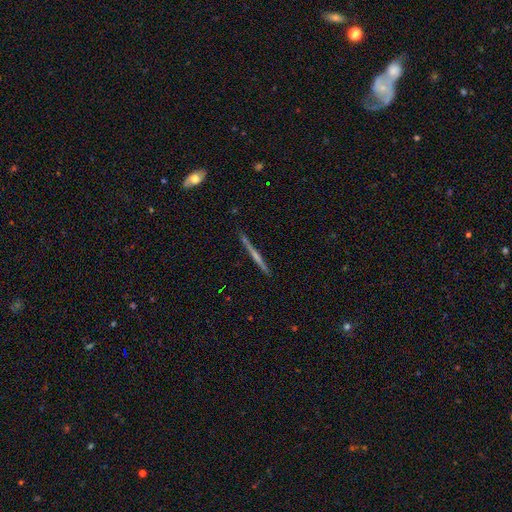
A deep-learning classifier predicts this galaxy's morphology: The model was most divided on "smooth or featured": featured or disk: 63%, smooth: 31%, star or artifact: 6%. More confident: edge-on disk — yes (98%); merging — none (90%); edge-on bulge — none (67%).